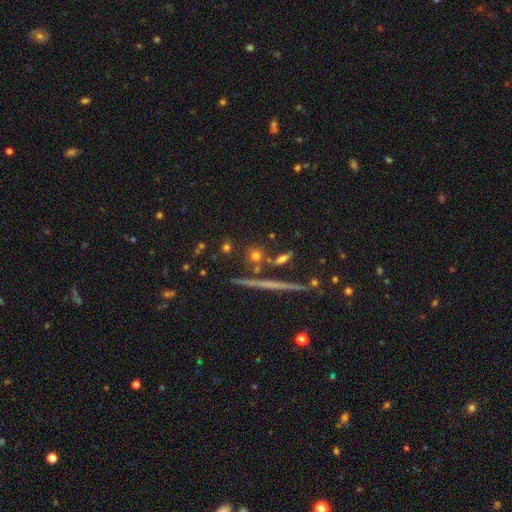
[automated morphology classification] type=smooth (66%); roundness=round (86%); merging=none (80%).